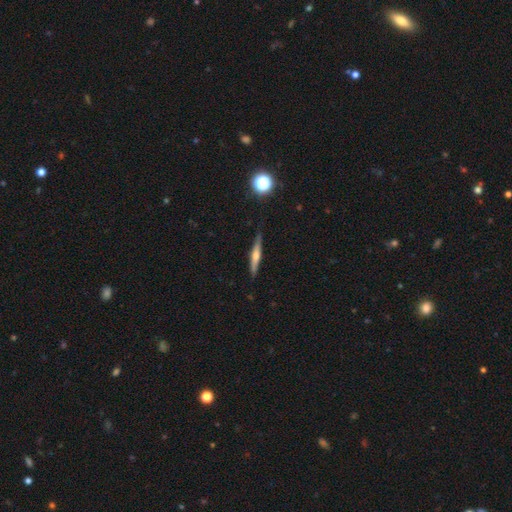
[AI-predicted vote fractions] Smooth or featured: featured or disk — 59% (smooth — 33%)
Edge-on disk: yes — 96% (no — 4%)
Edge-on bulge: rounded — 82% (none — 11%)
Merging: none — 86% (minor disturbance — 10%)